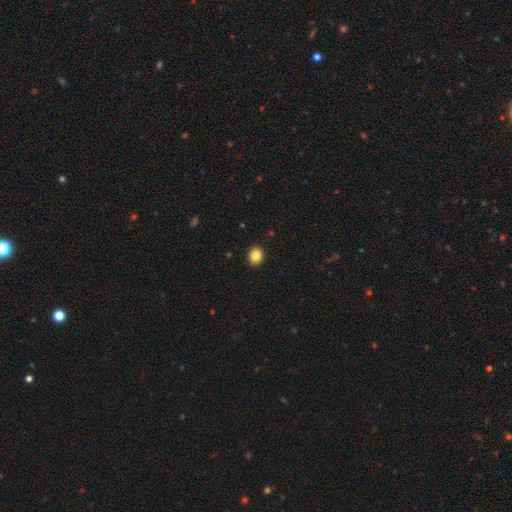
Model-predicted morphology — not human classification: The model was most divided on "how rounded": round: 68%, in between: 31%, cigar-shaped: 1%. More confident: merging — none (92%); smooth or featured — smooth (85%).